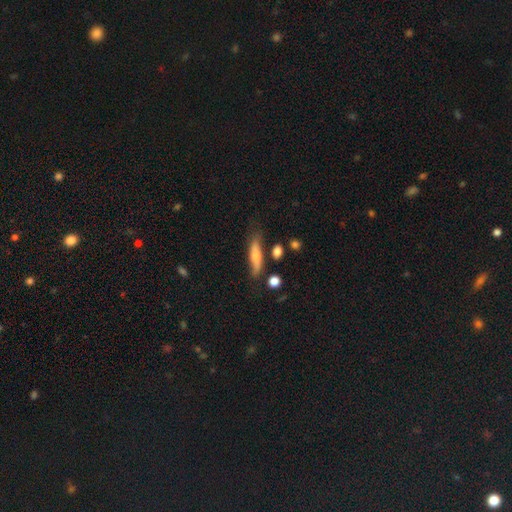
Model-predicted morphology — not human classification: This is possibly a smooth galaxy (60%). How rounded: likely cigar-shaped (65%). Merging: likely none (63%).